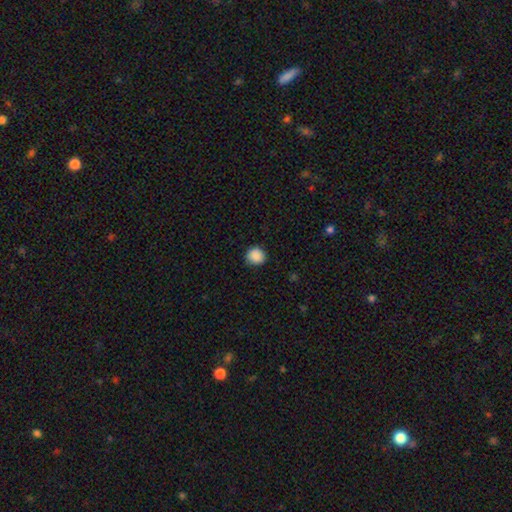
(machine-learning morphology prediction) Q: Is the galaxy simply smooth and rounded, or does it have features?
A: smooth — 89%.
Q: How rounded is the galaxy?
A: round — 89%.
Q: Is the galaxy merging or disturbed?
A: none — 87%.